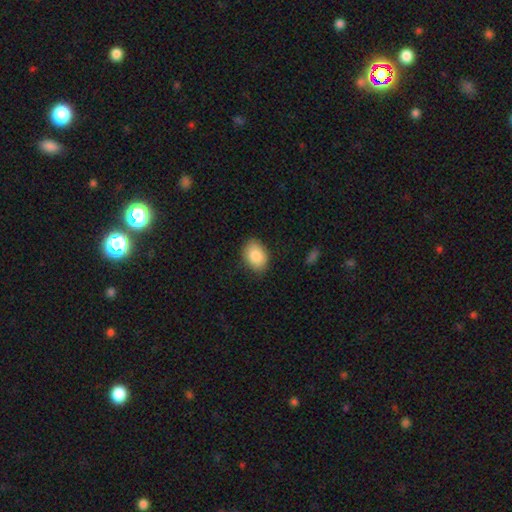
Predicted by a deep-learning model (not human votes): Morphology: type=smooth (86%); roundness=in between (79%); merging=none (84%).